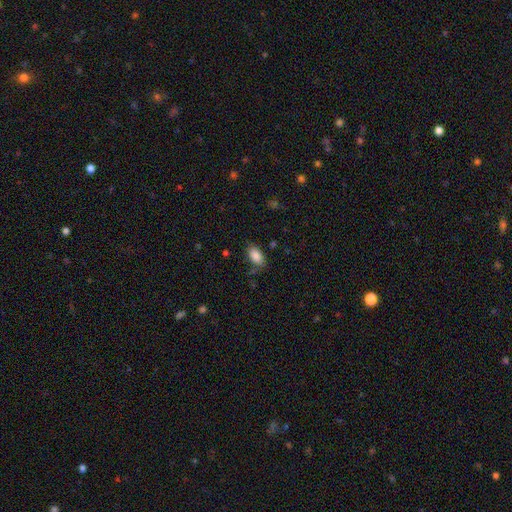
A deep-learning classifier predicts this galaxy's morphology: smooth-or-featured: smooth: 87% | star or artifact: 8% | featured or disk: 5%
  how-rounded: in between: 92% | round: 5% | cigar-shaped: 3%
  merging: none: 79% | minor disturbance: 15% | major disturbance: 4% | merger: 2%